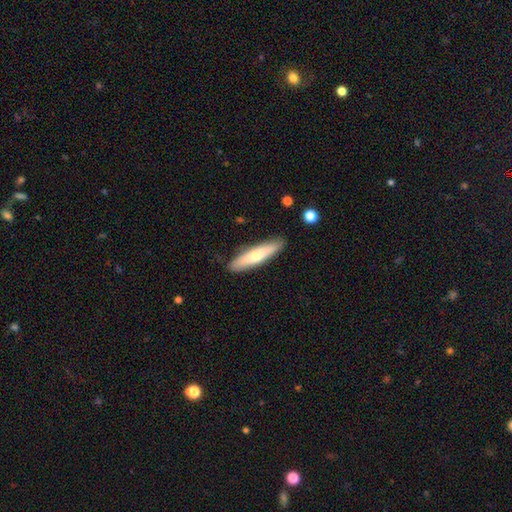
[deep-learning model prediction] This appears to be a smooth galaxy with no disk features (65%) that is cigar-shaped (80%). Merging: none (87%).